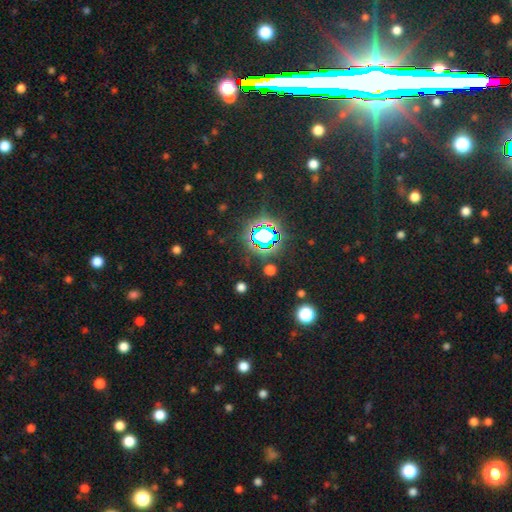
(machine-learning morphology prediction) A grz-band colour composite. It shows a star or artifact, not a galaxy (77%).